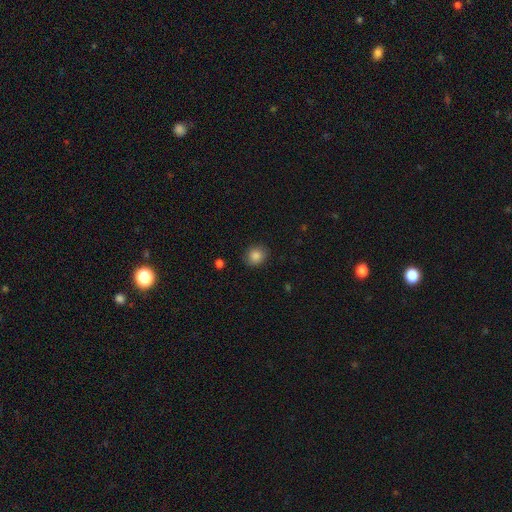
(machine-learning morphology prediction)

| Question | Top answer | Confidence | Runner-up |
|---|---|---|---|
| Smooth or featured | smooth | 86% | star or artifact (9%) |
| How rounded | round | 75% | in between (24%) |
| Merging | none | 86% | minor disturbance (10%) |